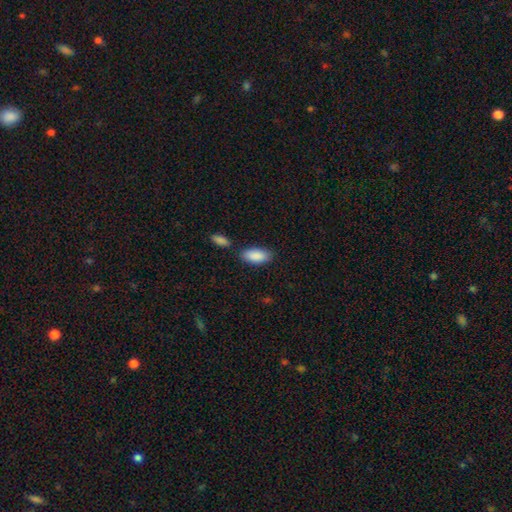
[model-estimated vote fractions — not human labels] Q: Smooth or featured?
A: smooth (90%); runner-up: star or artifact (6%)
Q: How rounded?
A: in between (91%); runner-up: cigar-shaped (7%)
Q: Merging?
A: none (74%); runner-up: minor disturbance (12%)